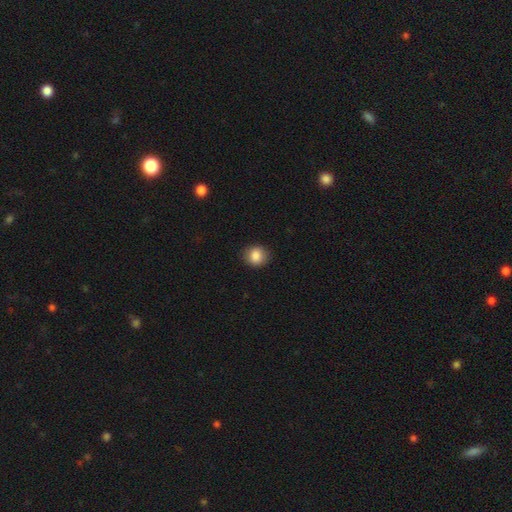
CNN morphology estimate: Smooth or featured? smooth (86%)
How rounded? round (77%)
Merging? none (86%)